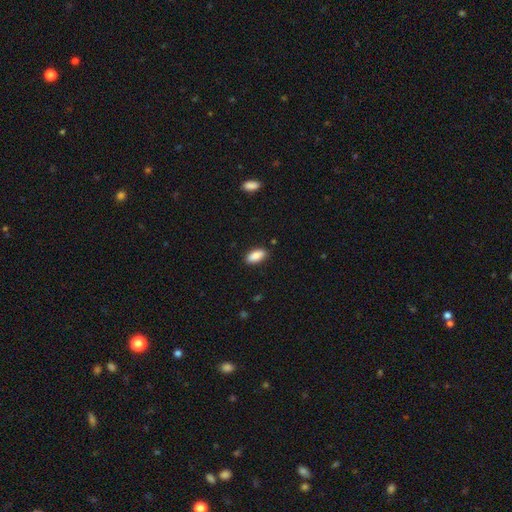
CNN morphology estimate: The model was most divided on "merging": none: 87%, minor disturbance: 10%, major disturbance: 2%, merger: 1%. More confident: how rounded — in between (89%); smooth or featured — smooth (88%).